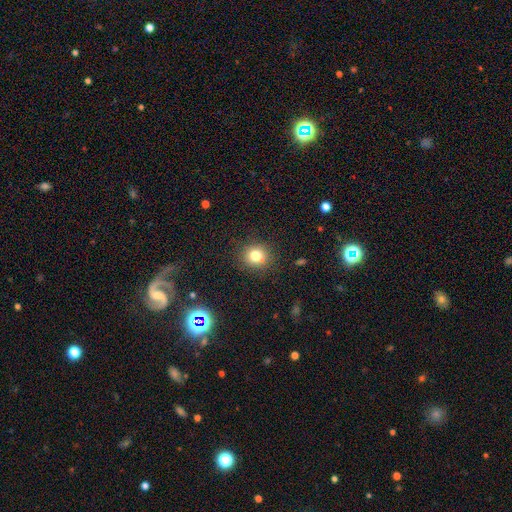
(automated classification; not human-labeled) This appears to be a smooth galaxy with no disk features (78%) that is round (84%). Merging: none (85%).